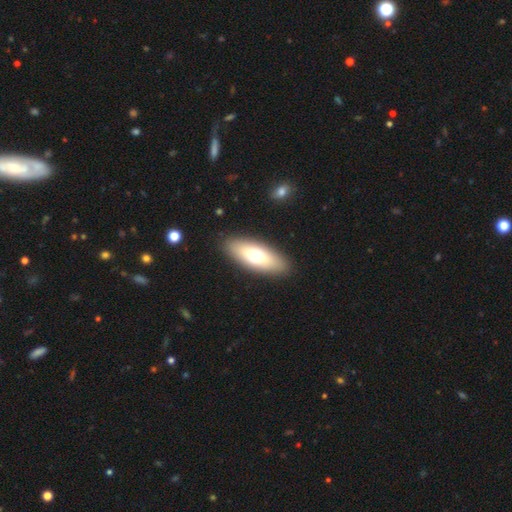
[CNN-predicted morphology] A smooth galaxy with no disk features (67%) that is in between round and cigar-shaped (73%).

Vote fractions:
- Smooth or featured? smooth: 67% / featured or disk: 26% / star or artifact: 7%
- How rounded? in between: 73% / cigar-shaped: 25% / round: 3%
- Merging? none: 89% / minor disturbance: 8% / major disturbance: 2% / merger: 1%